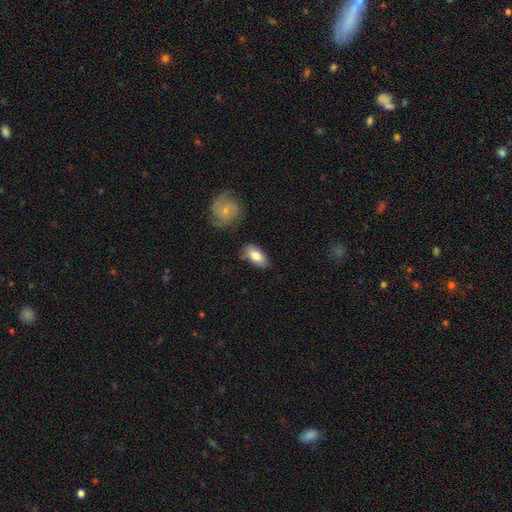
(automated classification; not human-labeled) Smooth or featured?
  - smooth: 79% *
  - featured or disk: 15%
  - star or artifact: 6%
How rounded?
  - in between: 91% *
  - cigar-shaped: 5%
  - round: 4%
Merging?
  - none: 77% *
  - minor disturbance: 16%
  - merger: 4%
  - major disturbance: 3%